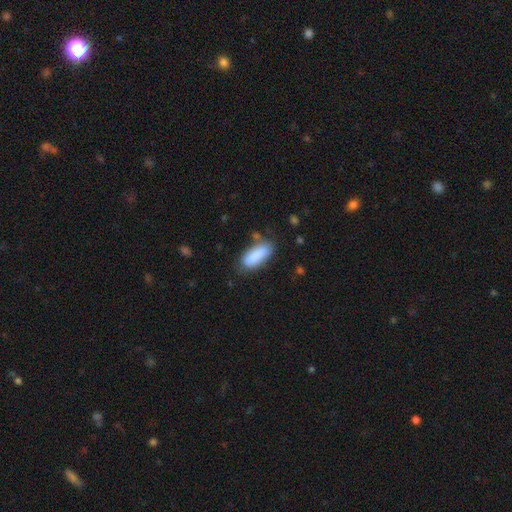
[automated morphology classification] Overall: smooth (88%). How rounded: in between (79%). Merging: none (72%).